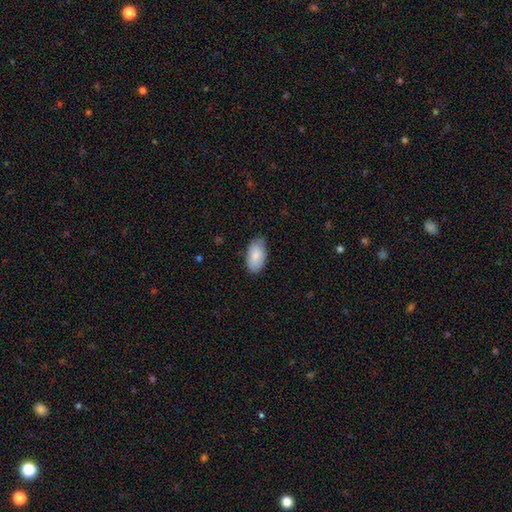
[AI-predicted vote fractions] The model was most divided on "merging": none: 76%, minor disturbance: 20%, major disturbance: 3%, merger: 1%. More confident: how rounded — in between (95%); smooth or featured — smooth (85%).